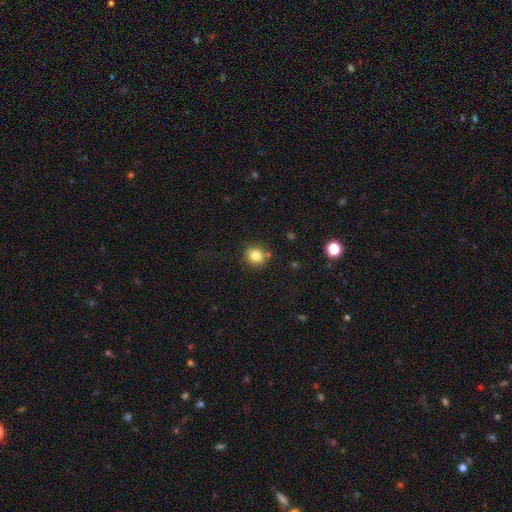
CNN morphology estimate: type=smooth (82%); roundness=round (85%); merging=none (82%).